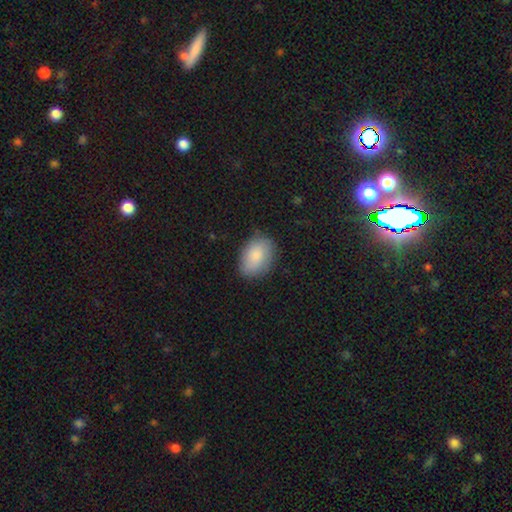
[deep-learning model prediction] Overall: smooth (85%). How rounded: in between (86%). Merging: none (76%).